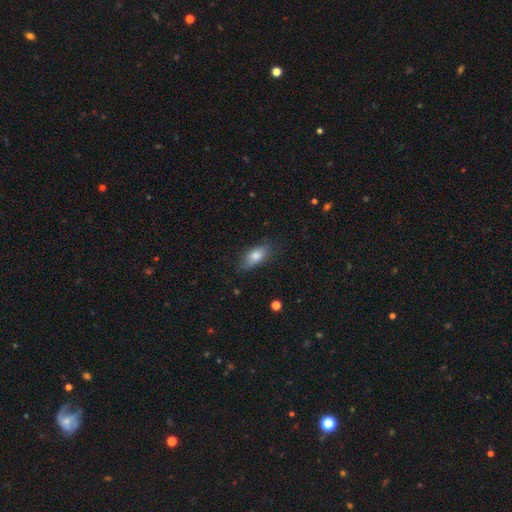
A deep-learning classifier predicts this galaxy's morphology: Smooth or featured? Predicted: smooth (p=0.79). How rounded? Predicted: in between (p=0.83). Merging? Predicted: none (p=0.77).